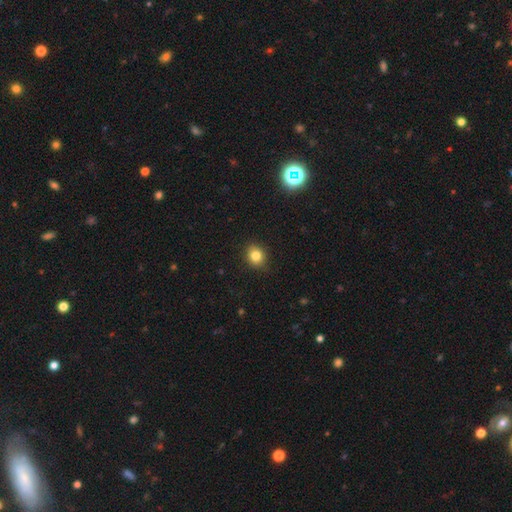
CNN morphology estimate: This is clearly a smooth galaxy (82%). How rounded: likely round (66%). Merging: clearly none (87%).